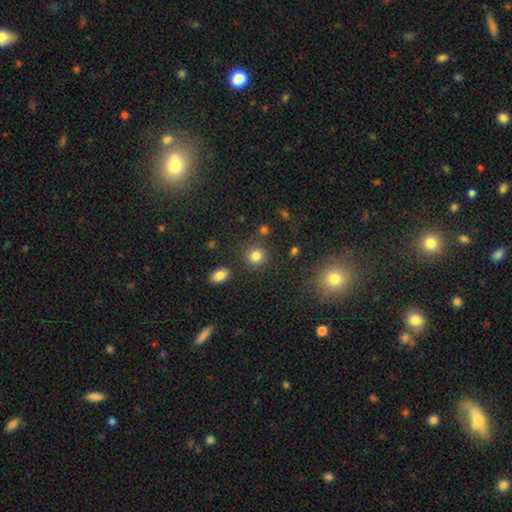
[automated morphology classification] smooth 81%, star or artifact 12%, featured or disk 6%. Down the decision tree: how rounded — round (87%); merging — none (82%).